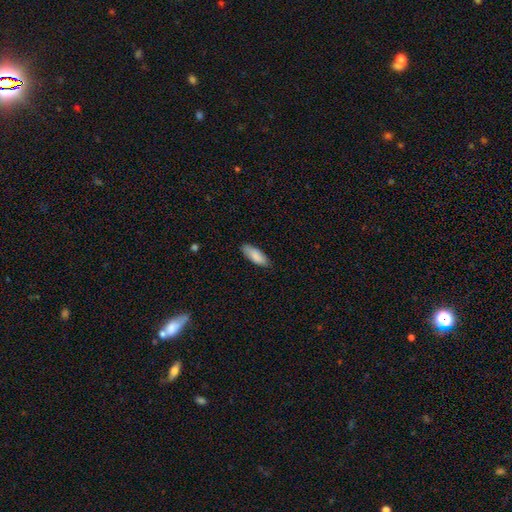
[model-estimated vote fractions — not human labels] A smooth galaxy with no disk features (87%) that is in between round and cigar-shaped (74%).

Vote fractions:
- Smooth or featured? smooth: 87% / featured or disk: 7% / star or artifact: 6%
- How rounded? in between: 74% / cigar-shaped: 24% / round: 2%
- Merging? none: 82% / minor disturbance: 14% / major disturbance: 2% / merger: 1%